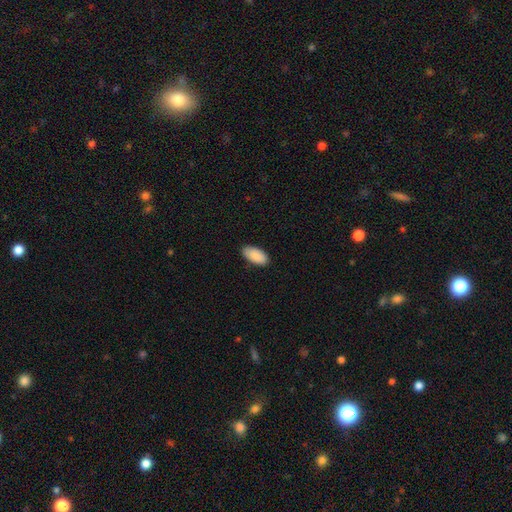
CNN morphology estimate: Smooth or featured: smooth — 90% (star or artifact — 6%)
How rounded: in between — 94% (cigar-shaped — 4%)
Merging: none — 86% (minor disturbance — 11%)